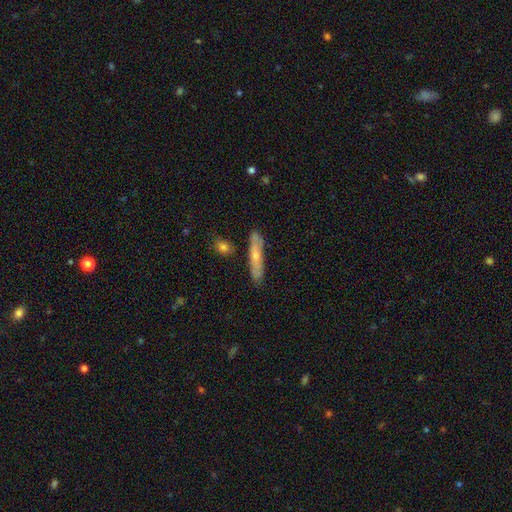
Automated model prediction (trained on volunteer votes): This is possibly a smooth galaxy (48%). Merging: likely none (79%).